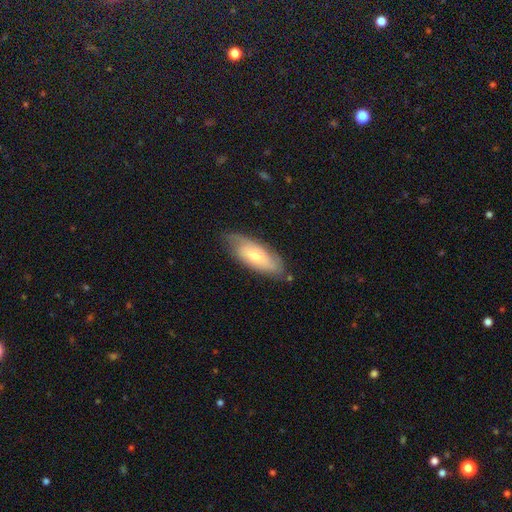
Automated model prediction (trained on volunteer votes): Q: Smooth or featured?
A: smooth (48%); runner-up: featured or disk (46%)
Q: Merging?
A: none (74%); runner-up: minor disturbance (20%)